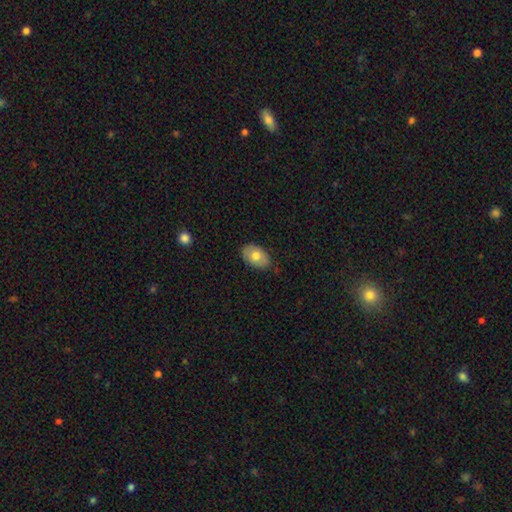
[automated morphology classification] type=smooth (72%); roundness=in between (88%); merging=none (83%).